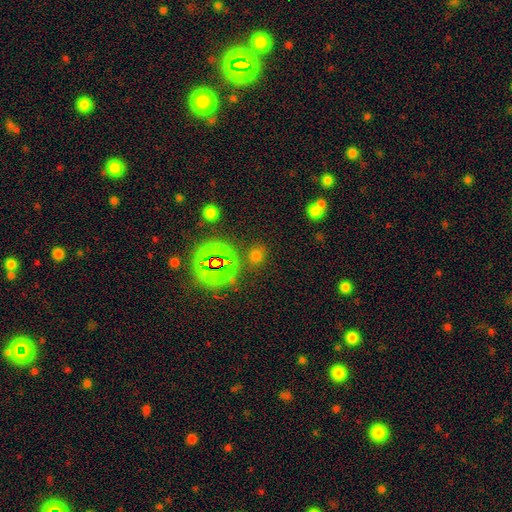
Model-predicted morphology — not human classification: This is possibly a smooth galaxy (56%). How rounded: likely round (70%). Merging: likely none (80%).